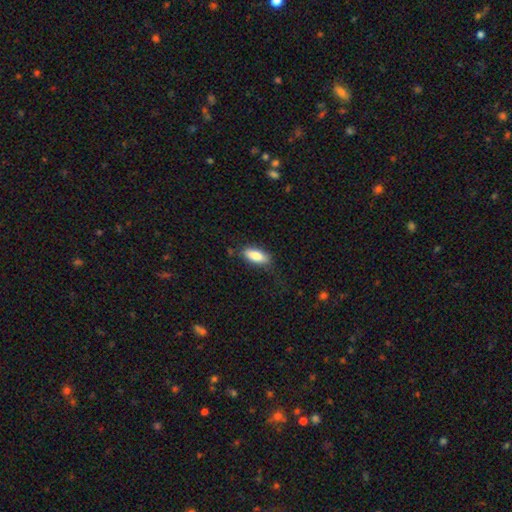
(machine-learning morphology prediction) Smooth or featured? smooth (83%)
How rounded? in between (80%)
Merging? none (76%)